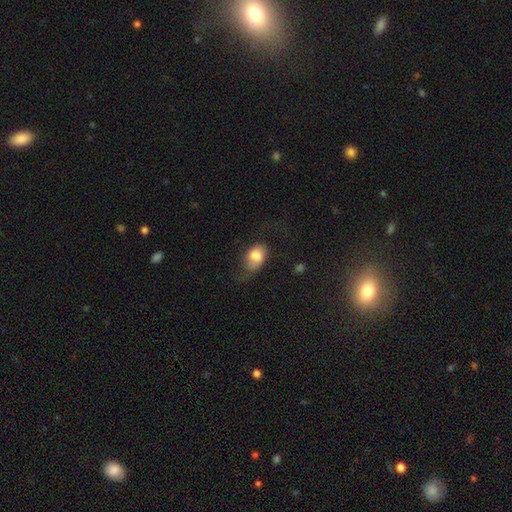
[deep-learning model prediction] Overall: smooth (73%). How rounded: in between (80%). Merging: none (37%; minor disturbance 31%).